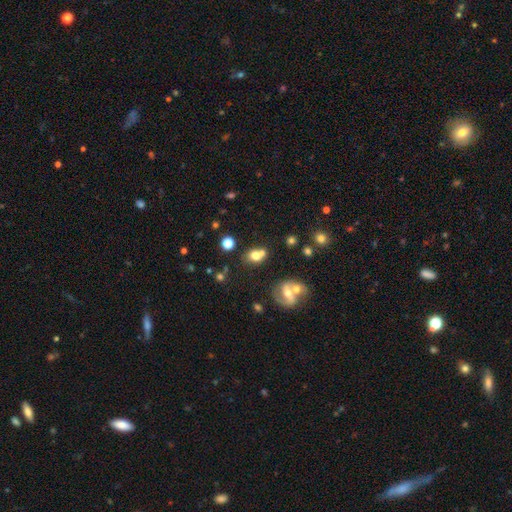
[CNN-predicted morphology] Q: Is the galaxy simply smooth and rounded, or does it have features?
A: smooth — 70%.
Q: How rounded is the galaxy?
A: round — 55%.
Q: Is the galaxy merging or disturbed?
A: none — 43%.